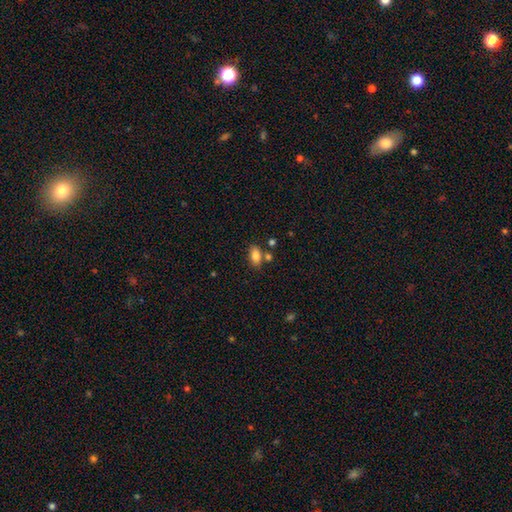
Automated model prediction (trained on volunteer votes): smooth 83%, star or artifact 9%, featured or disk 8%. Down the decision tree: how rounded — in between (89%); merging — none (70%).